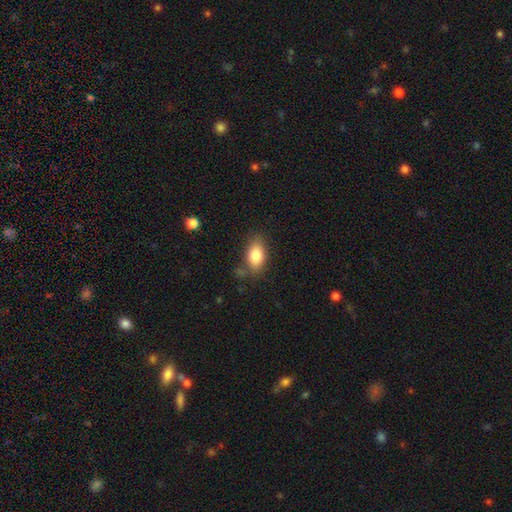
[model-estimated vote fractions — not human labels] Smooth or featured? smooth (83%)
How rounded? in between (88%)
Merging? none (73%)